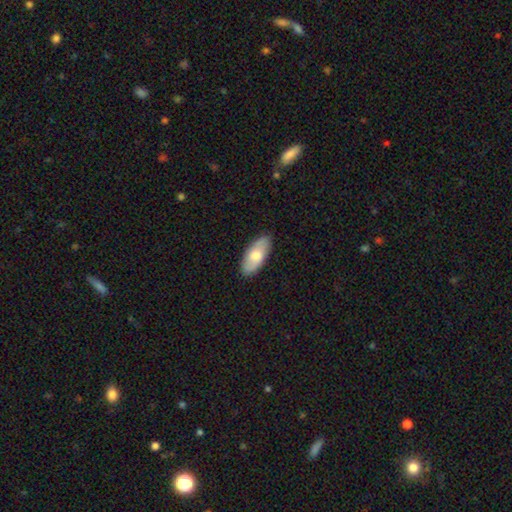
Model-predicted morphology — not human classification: smooth 67%, featured or disk 28%, star or artifact 5%. Down the decision tree: how rounded — in between (88%); merging — none (87%).